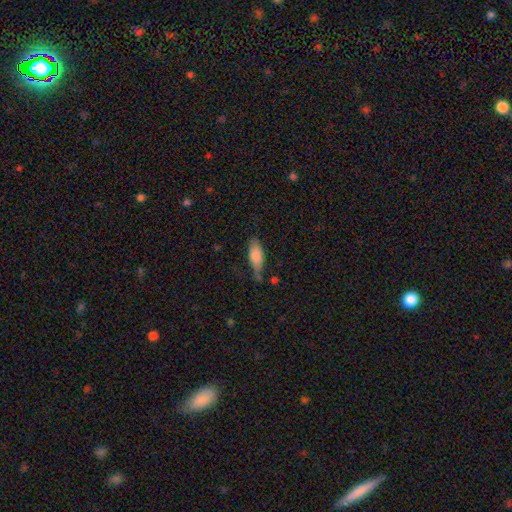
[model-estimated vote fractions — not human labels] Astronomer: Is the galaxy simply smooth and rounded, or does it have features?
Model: smooth — 80%.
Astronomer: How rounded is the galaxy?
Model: in between — 70%.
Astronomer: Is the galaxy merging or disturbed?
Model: none — 61%.